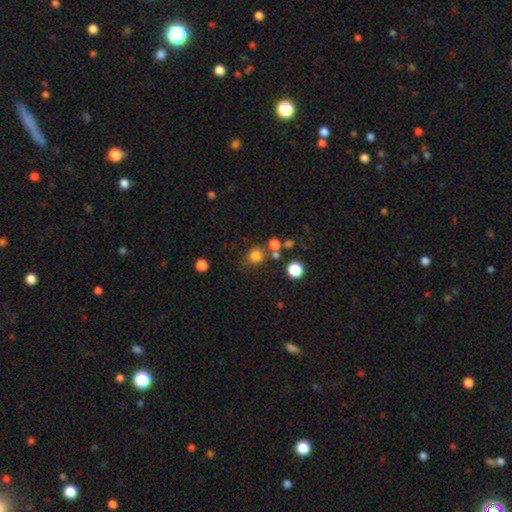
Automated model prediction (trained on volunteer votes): This appears to be a smooth galaxy with no disk features (79%) that is round (85%). Merging: none (70%).